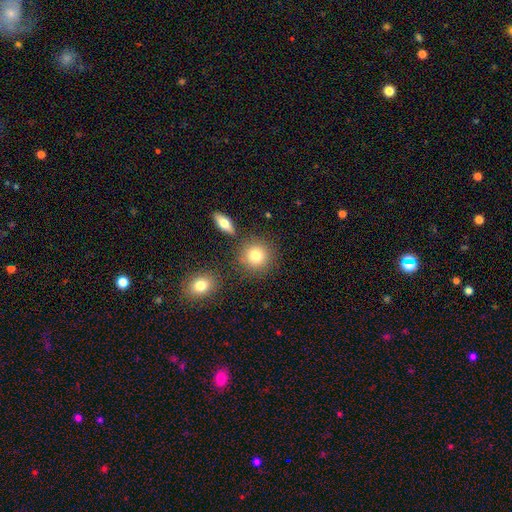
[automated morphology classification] A smooth galaxy with no disk features (81%) that is round (89%).

Vote fractions:
- Smooth or featured? smooth: 81% / star or artifact: 10% / featured or disk: 9%
- How rounded? round: 89% / in between: 10% / cigar-shaped: 1%
- Merging? none: 79% / minor disturbance: 9% / merger: 9% / major disturbance: 3%